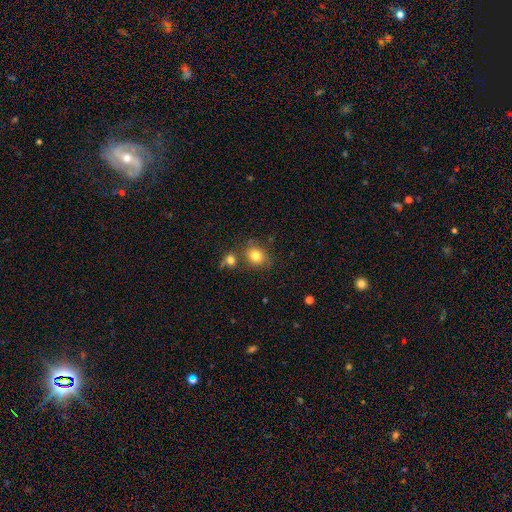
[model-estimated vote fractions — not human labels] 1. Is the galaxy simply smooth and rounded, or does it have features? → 80% smooth, 11% star or artifact, 9% featured or disk.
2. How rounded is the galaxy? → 60% round, 39% in between, 1% cigar-shaped.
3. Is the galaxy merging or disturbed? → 66% none, 16% merger, 14% minor disturbance, 4% major disturbance.